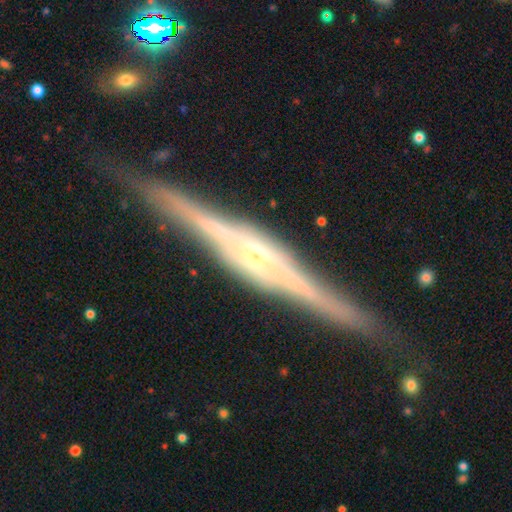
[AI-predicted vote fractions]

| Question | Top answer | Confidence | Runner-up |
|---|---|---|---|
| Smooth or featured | featured or disk | 90% | star or artifact (5%) |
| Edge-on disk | yes | 98% | no (2%) |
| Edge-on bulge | boxy | 50% | rounded (42%) |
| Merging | none | 88% | minor disturbance (8%) |